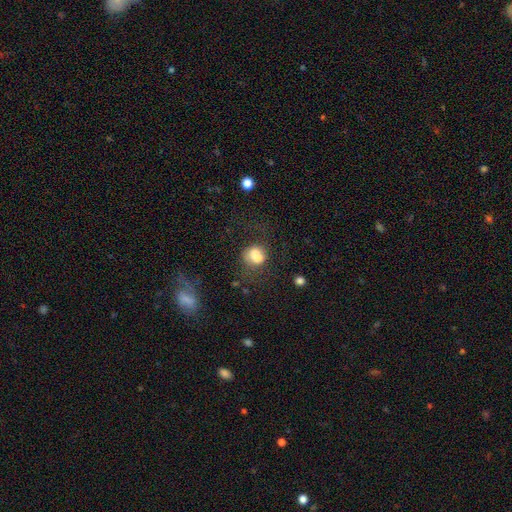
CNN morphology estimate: A smooth galaxy with no disk features (73%) that is round (59%). Merging: none (39%).